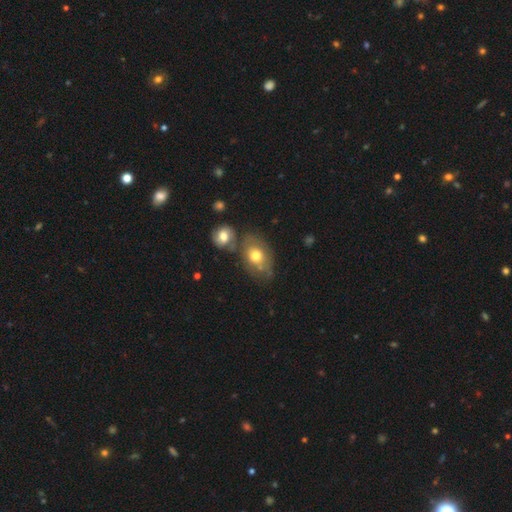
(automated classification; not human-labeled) A smooth galaxy with no disk features (67%) that is in between round and cigar-shaped (71%).

Vote fractions:
- Smooth or featured? smooth: 67% / featured or disk: 24% / star or artifact: 9%
- How rounded? in between: 71% / round: 27% / cigar-shaped: 2%
- Merging? none: 50% / merger: 24% / minor disturbance: 19% / major disturbance: 7%